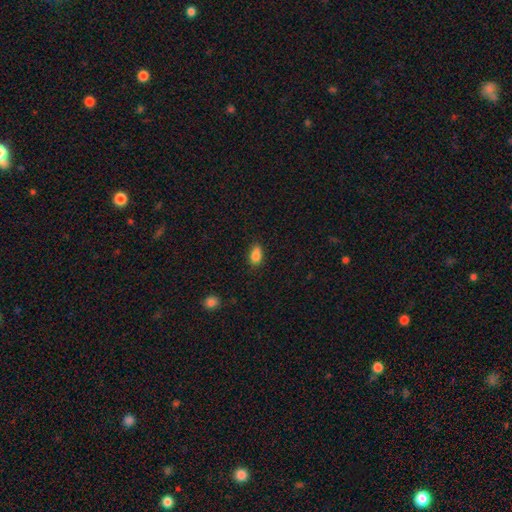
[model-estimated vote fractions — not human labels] smooth-or-featured: smooth: 85% | star or artifact: 9% | featured or disk: 5%
  how-rounded: in between: 85% | round: 12% | cigar-shaped: 3%
  merging: none: 72% | minor disturbance: 22% | major disturbance: 4% | merger: 2%